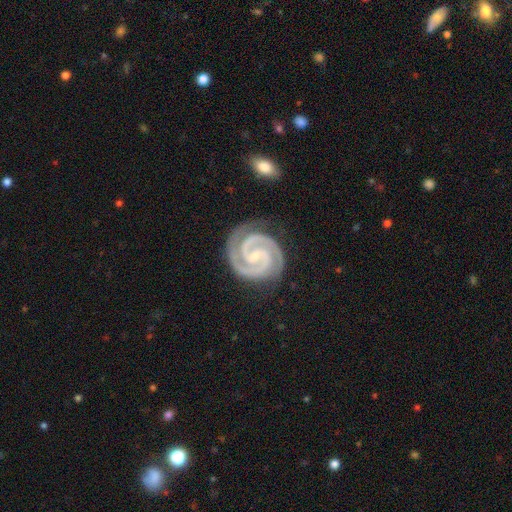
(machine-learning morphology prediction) Smooth or featured?
  - featured or disk: 95% *
  - star or artifact: 3%
  - smooth: 2%
Edge-on disk?
  - no: 99% *
  - yes: 1%
Bar?
  - weak: 41% *
  - strong: 30%
  - no: 29%
Spiral arms?
  - yes: 99% *
  - no: 1%
Spiral winding?
  - tight: 74% *
  - medium: 24%
  - loose: 2%
Spiral arm count?
  - 2: 93% *
  - 3: 3%
  - can't tell: 1%
  - 1: 1%
  - 4: 1%
  - more than 4: 1%
Bulge size?
  - small: 72% *
  - moderate: 16%
  - none: 11%
  - large: 1%
  - dominant: 1%
Merging?
  - none: 83% *
  - minor disturbance: 12%
  - major disturbance: 3%
  - merger: 2%